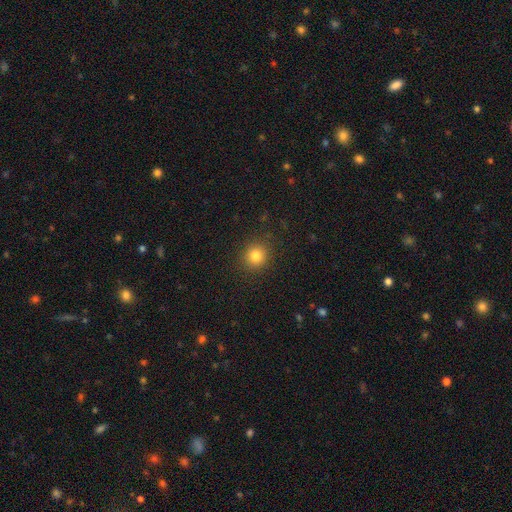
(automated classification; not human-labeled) smooth_or_featured: smooth (p=0.82) [alt: star or artifact p=0.12]
how_rounded: round (p=0.89) [alt: in between p=0.10]
merging: none (p=0.90) [alt: minor disturbance p=0.07]